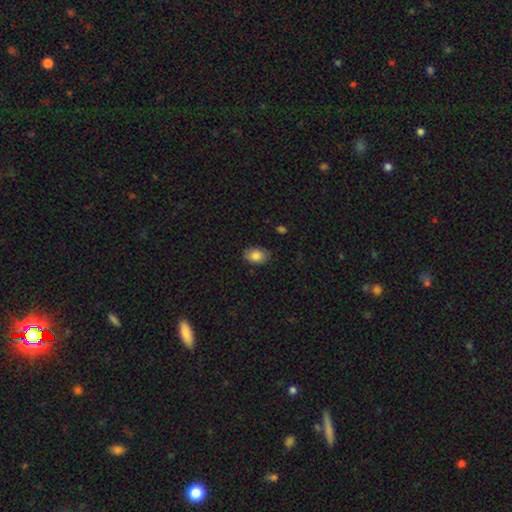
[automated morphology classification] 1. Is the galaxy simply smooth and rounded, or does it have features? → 85% smooth, 8% star or artifact, 7% featured or disk.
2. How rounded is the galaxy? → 79% in between, 20% round, 1% cigar-shaped.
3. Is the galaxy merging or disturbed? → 80% none, 16% minor disturbance, 3% major disturbance, 1% merger.